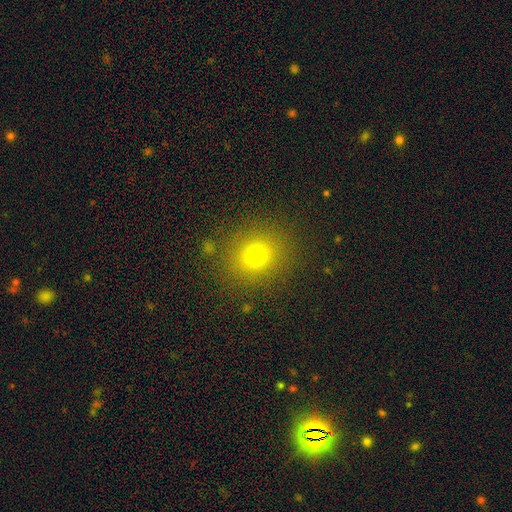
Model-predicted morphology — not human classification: A smooth galaxy with no disk features (74%) that is round (73%).

Vote fractions:
- Smooth or featured? smooth: 74% / star or artifact: 17% / featured or disk: 9%
- How rounded? round: 73% / in between: 25% / cigar-shaped: 1%
- Merging? none: 85% / minor disturbance: 9% / major disturbance: 4% / merger: 2%